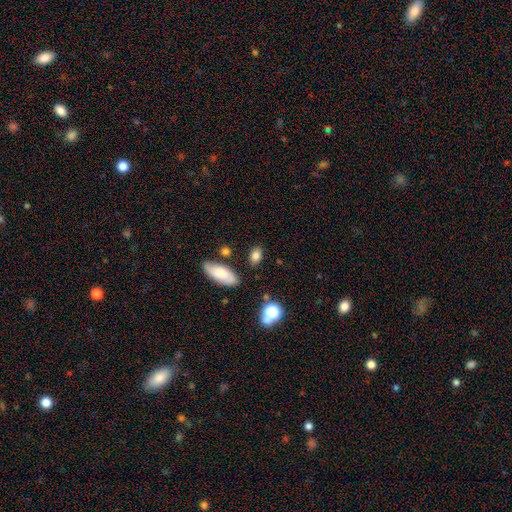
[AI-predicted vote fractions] Overall: smooth (81%). How rounded: in between (83%). Merging: none (80%).